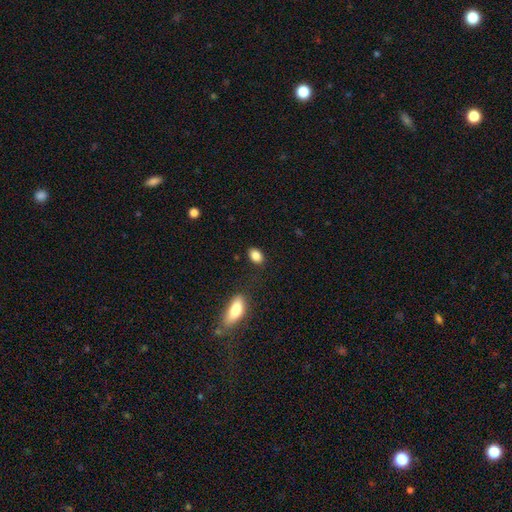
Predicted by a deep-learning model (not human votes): A smooth galaxy with no disk features (87%) that is in between round and cigar-shaped (84%). Merging: none (83%).